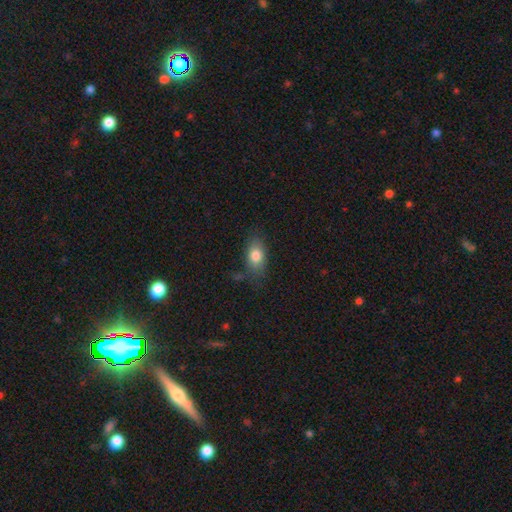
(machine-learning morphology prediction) smooth-or-featured: smooth: 80% | featured or disk: 11% | star or artifact: 8%
  how-rounded: in between: 84% | round: 12% | cigar-shaped: 3%
  merging: none: 69% | minor disturbance: 21% | major disturbance: 7% | merger: 3%